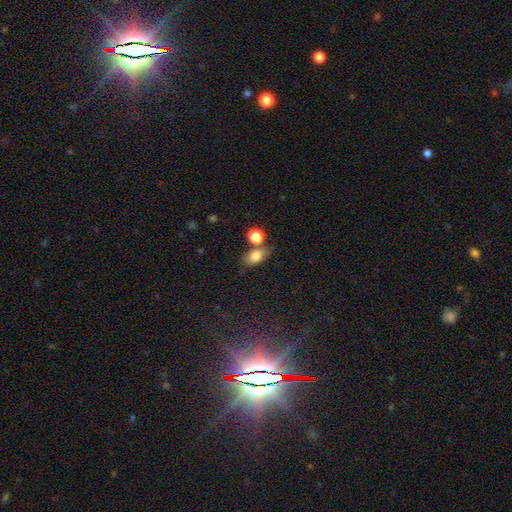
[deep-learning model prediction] The model was most divided on "merging": none: 62%, merger: 18%, minor disturbance: 15%, major disturbance: 5%. More confident: smooth or featured — smooth (79%); how rounded — in between (79%).